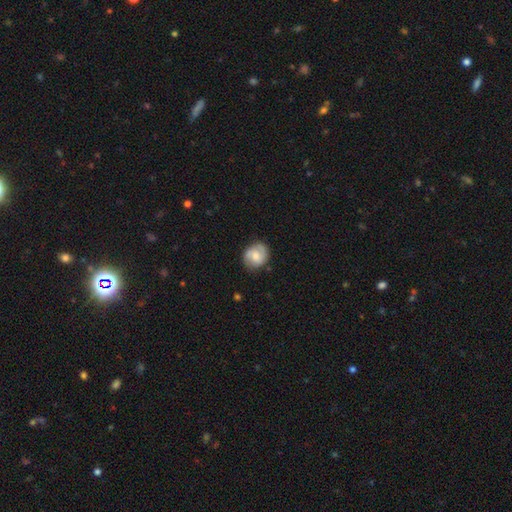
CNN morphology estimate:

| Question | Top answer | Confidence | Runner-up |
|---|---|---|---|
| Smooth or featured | featured or disk | 52% | smooth (41%) |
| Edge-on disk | no | 97% | yes (3%) |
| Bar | no | 55% | weak (38%) |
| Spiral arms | yes | 86% | no (14%) |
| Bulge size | moderate | 53% | small (38%) |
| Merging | none | 77% | minor disturbance (18%) |